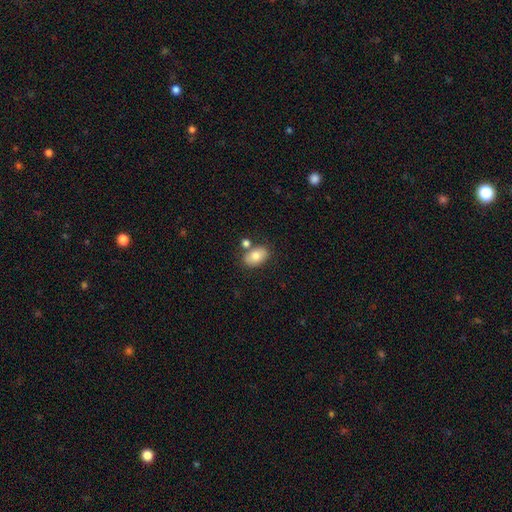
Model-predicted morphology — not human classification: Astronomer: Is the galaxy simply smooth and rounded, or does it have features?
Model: smooth — 80%.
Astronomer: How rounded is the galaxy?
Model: in between — 89%.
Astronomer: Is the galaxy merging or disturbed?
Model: none — 68%.